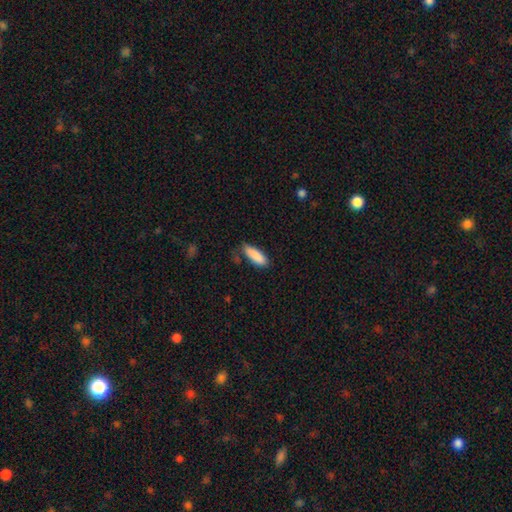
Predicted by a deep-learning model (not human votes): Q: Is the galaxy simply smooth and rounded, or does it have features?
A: smooth — 88%.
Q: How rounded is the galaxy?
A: in between — 55%.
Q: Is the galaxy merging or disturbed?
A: none — 75%.